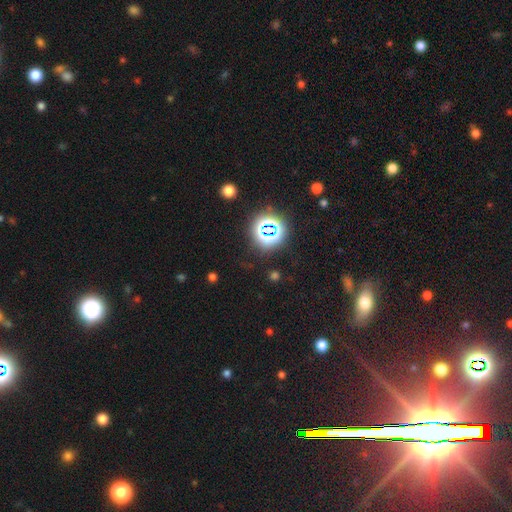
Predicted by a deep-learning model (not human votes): A star or artifact, not a galaxy (72%).

Vote fractions:
- Smooth or featured? star or artifact: 72% / smooth: 17% / featured or disk: 11%